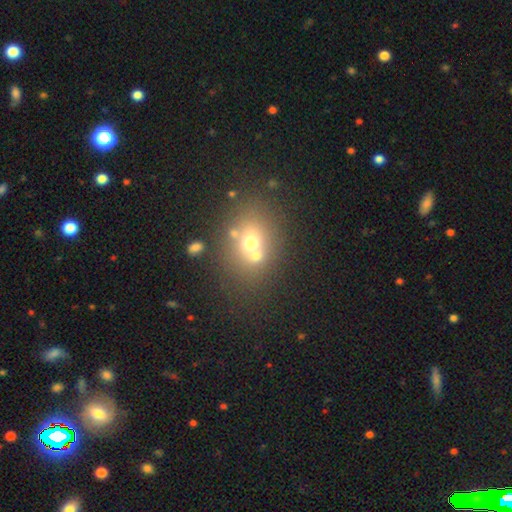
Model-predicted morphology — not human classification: Q: Smooth or featured?
A: smooth (60%); runner-up: featured or disk (21%)
Q: How rounded?
A: round (56%); runner-up: in between (43%)
Q: Merging?
A: none (51%); runner-up: merger (34%)